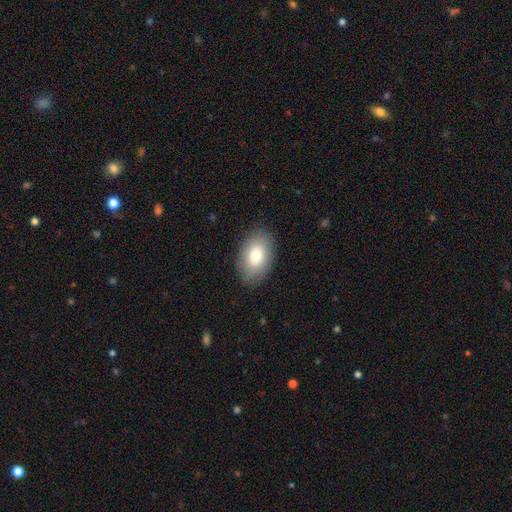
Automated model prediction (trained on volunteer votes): Overall: smooth (80%). How rounded: in between (92%). Merging: none (86%).